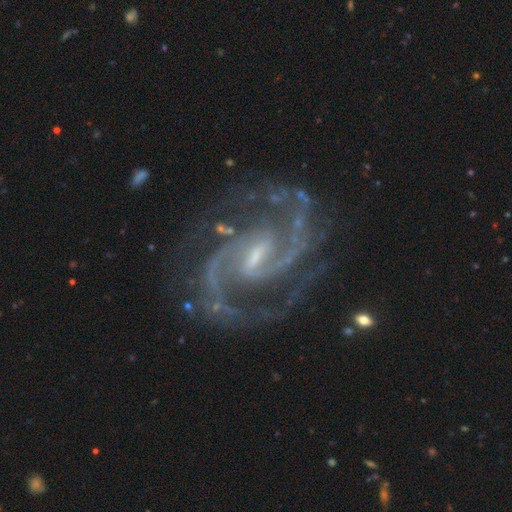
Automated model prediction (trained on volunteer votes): A featured or disk galaxy (94%) with a weak bar (52%), 2 (90%) medium (61%) spiral arms (99%) and a small central bulge (65%).

Vote fractions:
- Smooth or featured? featured or disk: 94% / star or artifact: 4% / smooth: 2%
- Edge-on disk? no: 98% / yes: 2%
- Bar? weak: 52% / strong: 36% / no: 12%
- Spiral arms? yes: 99% / no: 1%
- Spiral winding? medium: 61% / tight: 31% / loose: 8%
- Spiral arm count? 2: 90% / 3: 3% / can't tell: 2% / 4: 2% / 1: 2% / more than 4: 2%
- Bulge size? small: 65% / moderate: 21% / none: 11% / large: 1% / dominant: 1%
- Merging? none: 79% / minor disturbance: 13% / major disturbance: 6% / merger: 2%